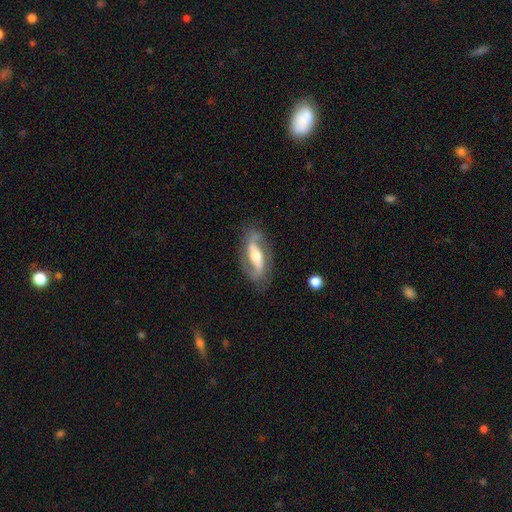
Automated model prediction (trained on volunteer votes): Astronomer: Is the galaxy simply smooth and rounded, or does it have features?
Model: featured or disk — 81%.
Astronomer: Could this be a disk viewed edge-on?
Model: no — 88%.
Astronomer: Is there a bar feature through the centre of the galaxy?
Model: strong — 51% (runner-up: weak, 28%).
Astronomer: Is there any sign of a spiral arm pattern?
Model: yes — 89%.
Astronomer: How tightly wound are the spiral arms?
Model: medium — 44% (runner-up: loose, 35%).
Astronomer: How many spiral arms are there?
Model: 2 — 89%.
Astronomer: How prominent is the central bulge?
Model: moderate — 65%.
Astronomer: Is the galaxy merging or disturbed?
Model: none — 78%.